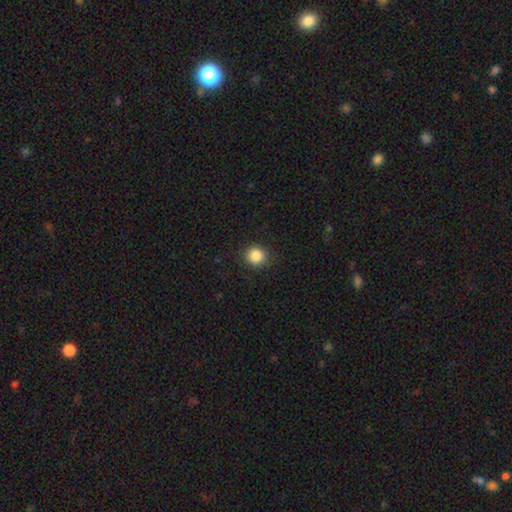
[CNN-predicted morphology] This appears to be a smooth galaxy with no disk features (86%) that is round (92%). Merging: none (90%).